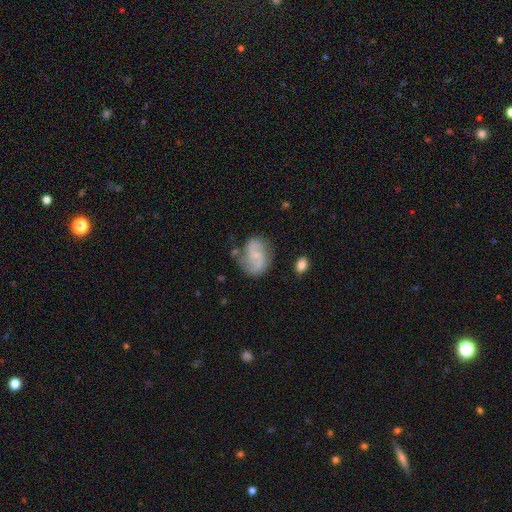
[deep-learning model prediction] A featured or disk galaxy (69%) with a weak bar (45%), 2 (85%) medium (46%) spiral arms (89%) and a small central bulge (68%). Merging: none (66%).